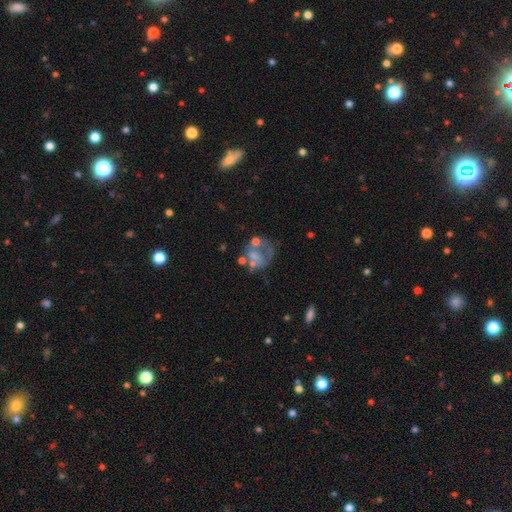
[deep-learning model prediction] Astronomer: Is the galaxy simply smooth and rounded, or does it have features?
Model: featured or disk — 50% (runner-up: smooth, 35%).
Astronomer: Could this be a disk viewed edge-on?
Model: no — 98%.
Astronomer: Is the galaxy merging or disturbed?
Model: major disturbance — 32% (runner-up: none, 31%).